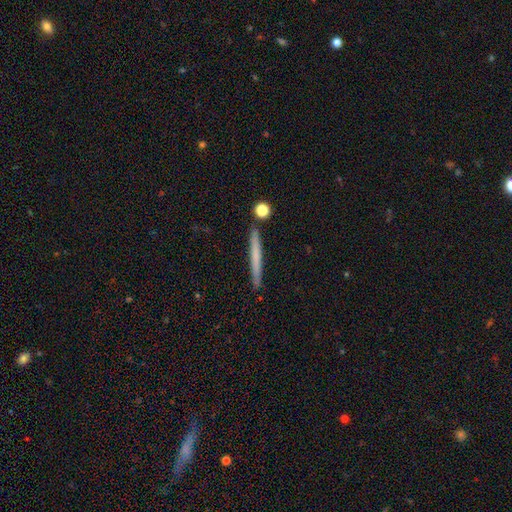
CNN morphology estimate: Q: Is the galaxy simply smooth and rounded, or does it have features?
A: smooth — 59%.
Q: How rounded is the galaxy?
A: cigar-shaped — 97%.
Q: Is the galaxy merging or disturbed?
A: none — 88%.